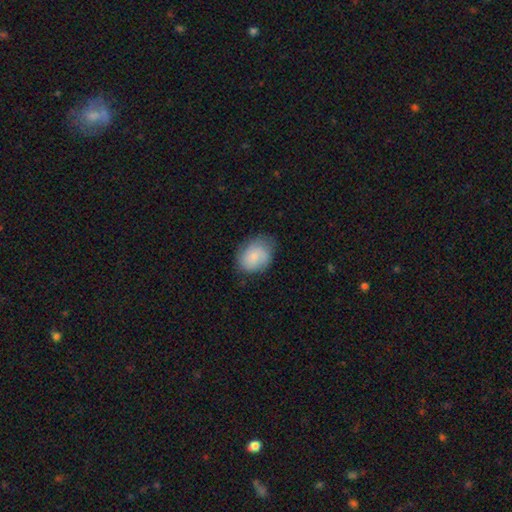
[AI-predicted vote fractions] smooth 74%, featured or disk 19%, star or artifact 7%. Down the decision tree: how rounded — in between (58%); merging — none (64%).